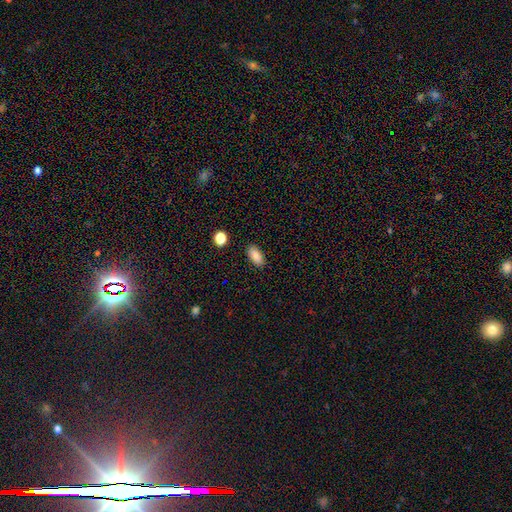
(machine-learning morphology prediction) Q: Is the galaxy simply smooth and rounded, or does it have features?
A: smooth — 87%.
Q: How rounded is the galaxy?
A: in between — 90%.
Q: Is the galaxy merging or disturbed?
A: none — 88%.